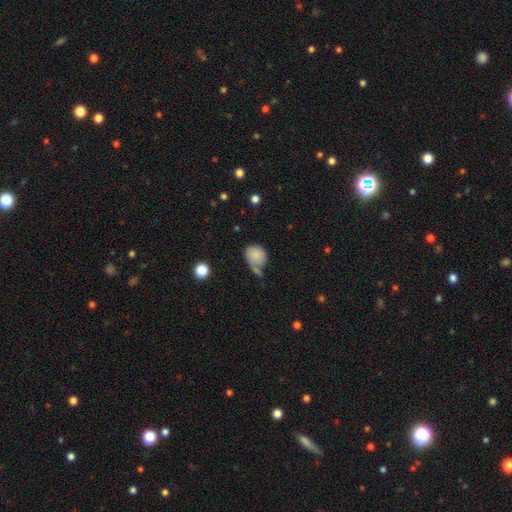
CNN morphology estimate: A smooth galaxy with no disk features (81%) that is round (62%).

Vote fractions:
- Smooth or featured? smooth: 81% / featured or disk: 10% / star or artifact: 9%
- How rounded? round: 62% / in between: 37% / cigar-shaped: 1%
- Merging? none: 41% / minor disturbance: 24% / merger: 21% / major disturbance: 14%